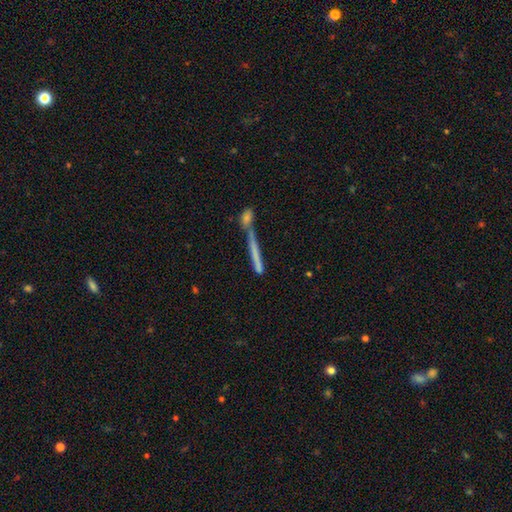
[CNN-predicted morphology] smooth 50%, featured or disk 40%, star or artifact 10%. Down the decision tree: merging — merger (44%).